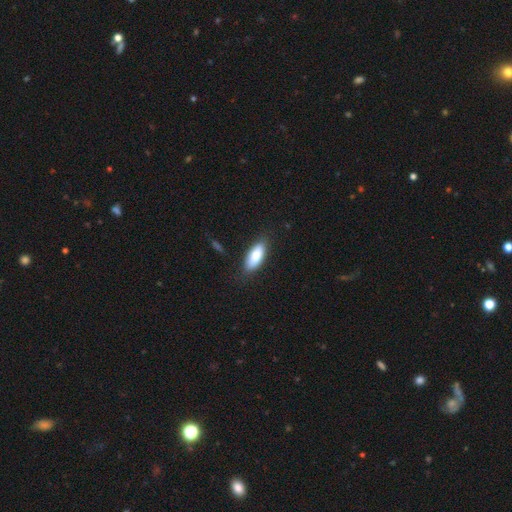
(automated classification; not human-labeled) Smooth or featured: smooth — 84% (featured or disk — 10%)
How rounded: in between — 78% (cigar-shaped — 20%)
Merging: none — 82% (minor disturbance — 14%)